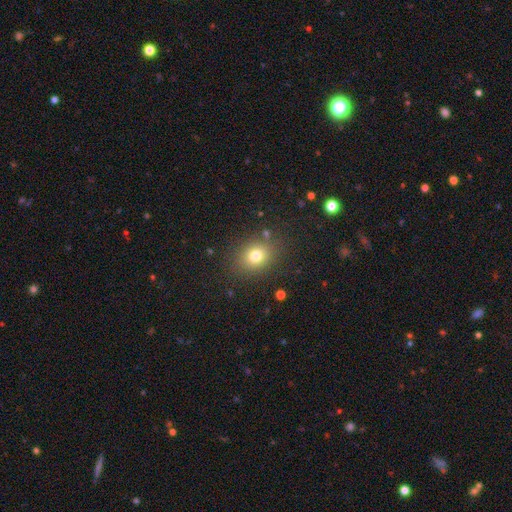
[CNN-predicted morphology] Q: Smooth or featured?
A: smooth (76%); runner-up: star or artifact (15%)
Q: How rounded?
A: round (55%); runner-up: in between (44%)
Q: Merging?
A: none (83%); runner-up: minor disturbance (10%)